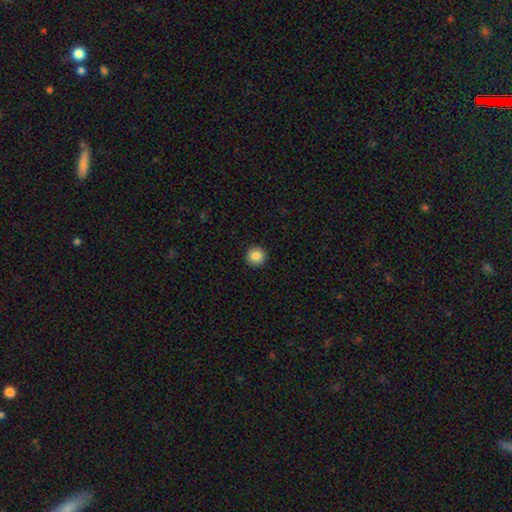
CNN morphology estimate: Overall: smooth (86%). How rounded: round (95%). Merging: none (93%).